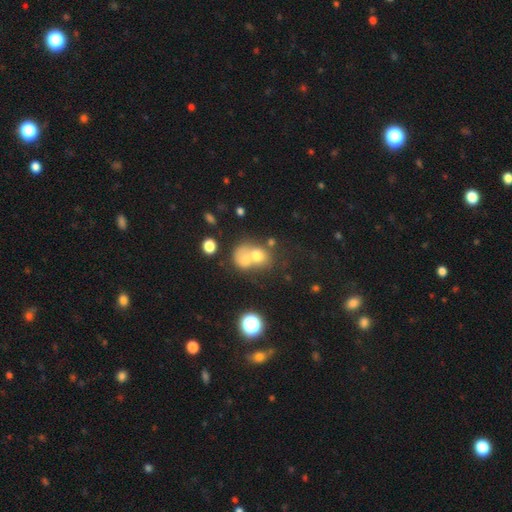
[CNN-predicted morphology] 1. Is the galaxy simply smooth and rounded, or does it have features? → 63% smooth, 23% featured or disk, 15% star or artifact.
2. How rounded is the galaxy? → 56% round, 43% in between, 1% cigar-shaped.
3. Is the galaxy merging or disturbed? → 64% merger, 22% none, 8% minor disturbance, 7% major disturbance.